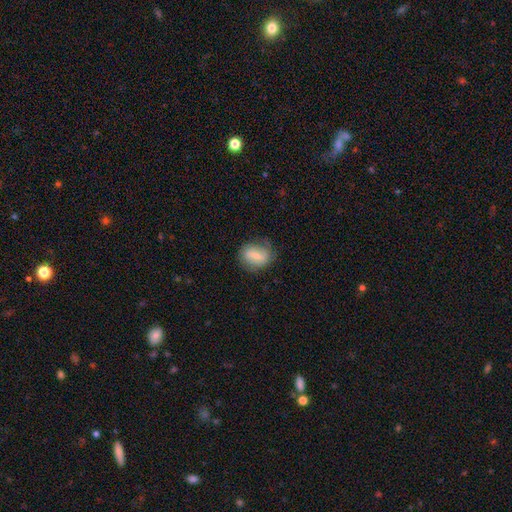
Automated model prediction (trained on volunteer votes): smooth 55%, featured or disk 37%, star or artifact 8%. Down the decision tree: how rounded — in between (57%); merging — none (70%).